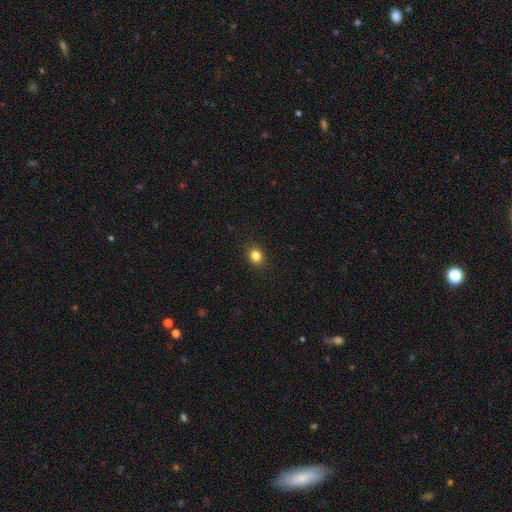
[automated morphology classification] Smooth or featured?
  - smooth: 83% *
  - star or artifact: 12%
  - featured or disk: 5%
How rounded?
  - round: 65% *
  - in between: 34%
  - cigar-shaped: 1%
Merging?
  - none: 90% *
  - minor disturbance: 7%
  - major disturbance: 2%
  - merger: 1%